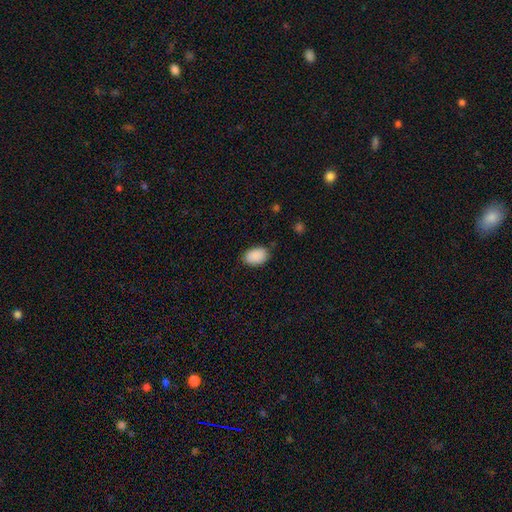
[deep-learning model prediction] Q: Smooth or featured?
A: smooth (90%); runner-up: star or artifact (7%)
Q: How rounded?
A: in between (88%); runner-up: round (11%)
Q: Merging?
A: none (80%); runner-up: minor disturbance (15%)